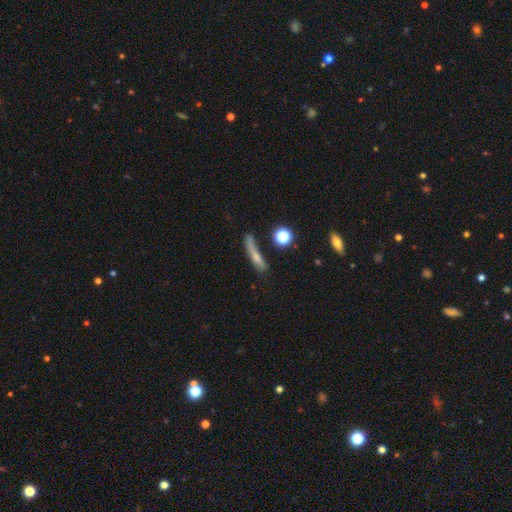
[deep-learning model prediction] The model was most divided on "merging": none: 52%, minor disturbance: 25%, major disturbance: 15%, merger: 8%. More confident: how rounded — cigar-shaped (80%); smooth or featured — smooth (61%).